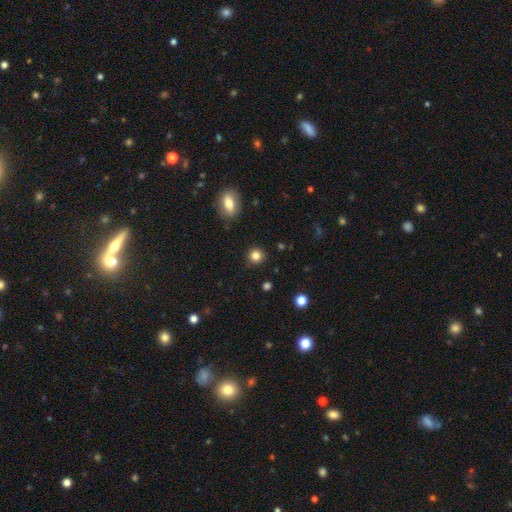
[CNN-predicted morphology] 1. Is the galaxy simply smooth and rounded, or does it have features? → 83% smooth, 11% star or artifact, 5% featured or disk.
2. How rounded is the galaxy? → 90% round, 9% in between, 1% cigar-shaped.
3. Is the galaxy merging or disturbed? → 89% none, 7% minor disturbance, 2% major disturbance, 1% merger.